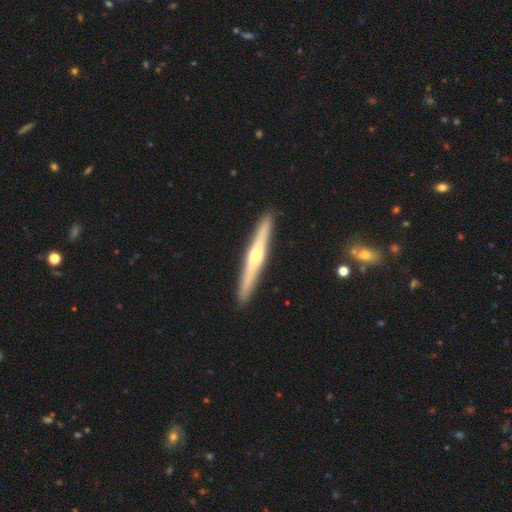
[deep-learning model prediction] Smooth or featured? Predicted: featured or disk (p=0.68). Edge-on disk? Predicted: yes (p=0.97). Edge-on bulge? Predicted: rounded (p=0.84). Merging? Predicted: none (p=0.92).